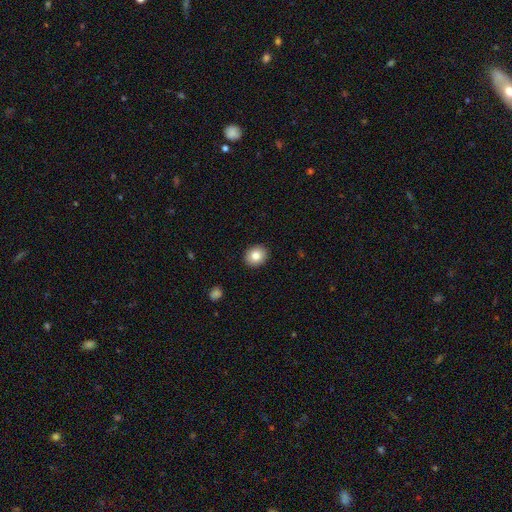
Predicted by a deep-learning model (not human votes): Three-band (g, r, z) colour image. It shows a smooth galaxy with no disk features (83%) that is round (66%). Merging: none (91%).